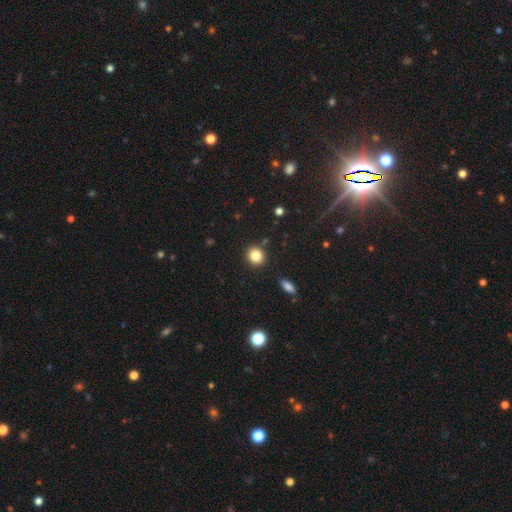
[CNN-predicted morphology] smooth_or_featured: smooth (p=0.84) [alt: star or artifact p=0.10]
how_rounded: round (p=0.81) [alt: in between p=0.18]
merging: none (p=0.88) [alt: minor disturbance p=0.07]